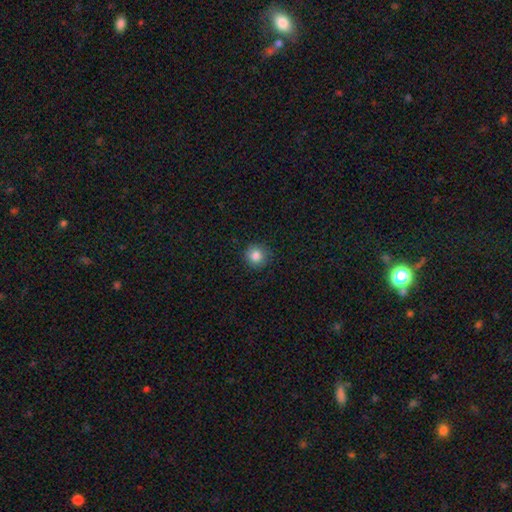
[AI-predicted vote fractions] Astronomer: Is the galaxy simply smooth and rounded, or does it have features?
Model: smooth — 84%.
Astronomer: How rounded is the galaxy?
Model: round — 92%.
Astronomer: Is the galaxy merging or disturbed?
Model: none — 88%.